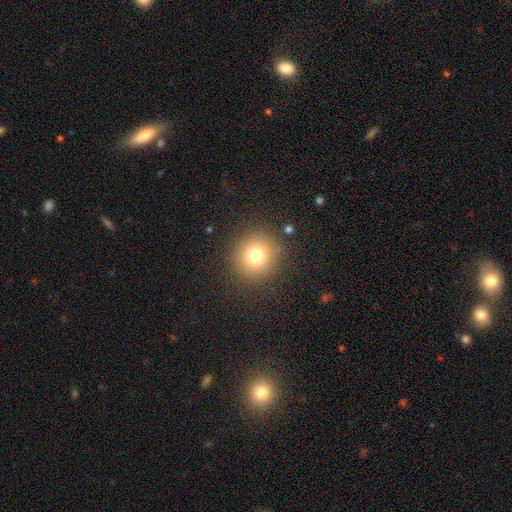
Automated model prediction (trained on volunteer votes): smooth_or_featured: smooth (p=0.75) [alt: star or artifact p=0.15]
how_rounded: round (p=0.93) [alt: in between p=0.06]
merging: none (p=0.88) [alt: minor disturbance p=0.07]